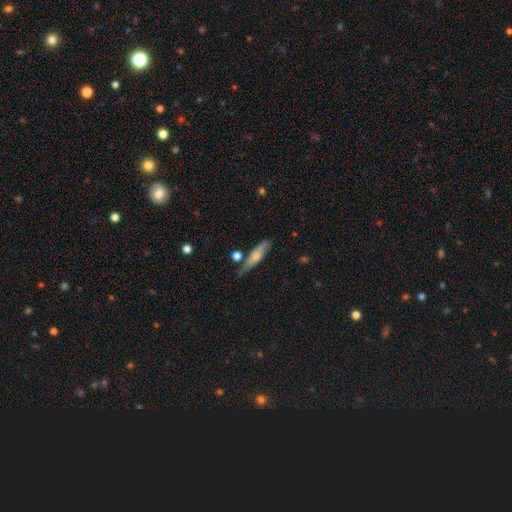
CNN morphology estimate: Smooth or featured? Predicted: smooth (p=0.51). How rounded? Predicted: cigar-shaped (p=0.75). Merging? Predicted: none (p=0.67).